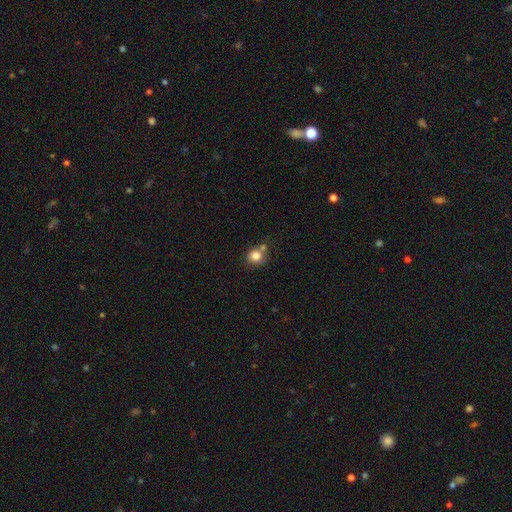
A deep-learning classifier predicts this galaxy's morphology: Q: Smooth or featured?
A: smooth (82%); runner-up: star or artifact (11%)
Q: How rounded?
A: round (82%); runner-up: in between (17%)
Q: Merging?
A: none (59%); runner-up: merger (23%)